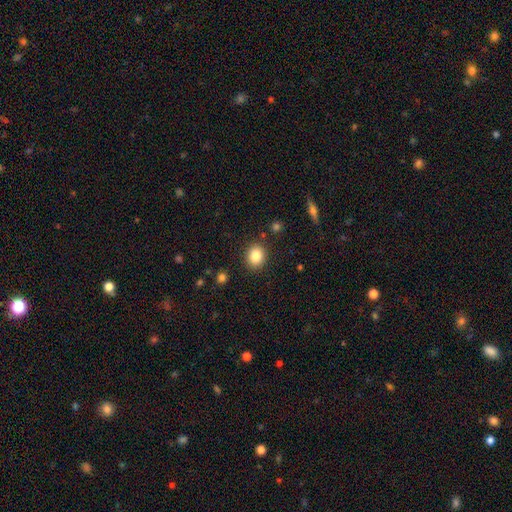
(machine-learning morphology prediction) A smooth galaxy with no disk features (84%) that is round (64%).

Vote fractions:
- Smooth or featured? smooth: 84% / star or artifact: 10% / featured or disk: 6%
- How rounded? round: 64% / in between: 35% / cigar-shaped: 1%
- Merging? none: 88% / minor disturbance: 8% / major disturbance: 2% / merger: 2%